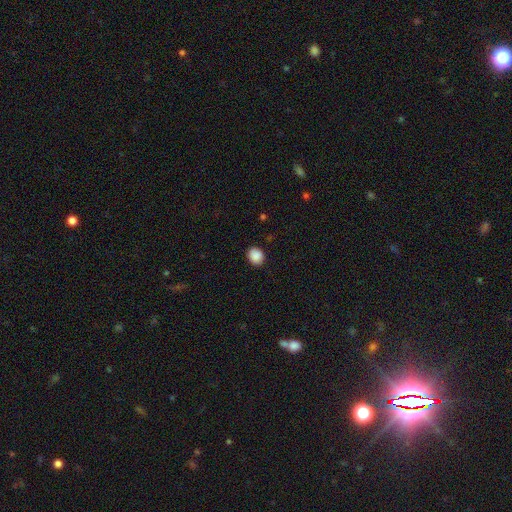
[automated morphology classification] Smooth or featured? smooth (89%)
How rounded? round (60%)
Merging? none (87%)